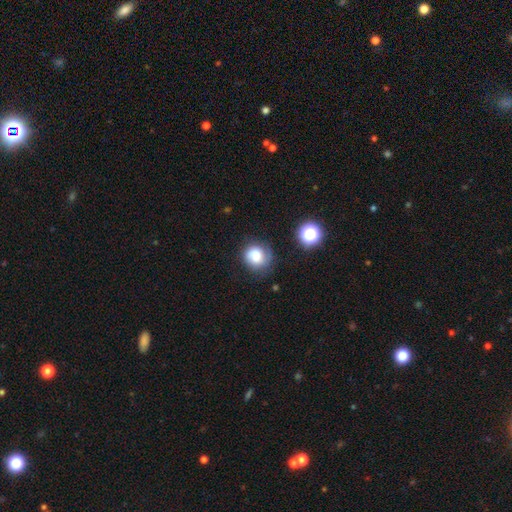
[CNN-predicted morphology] Smooth or featured? smooth (60%)
How rounded? round (77%)
Merging? none (64%)